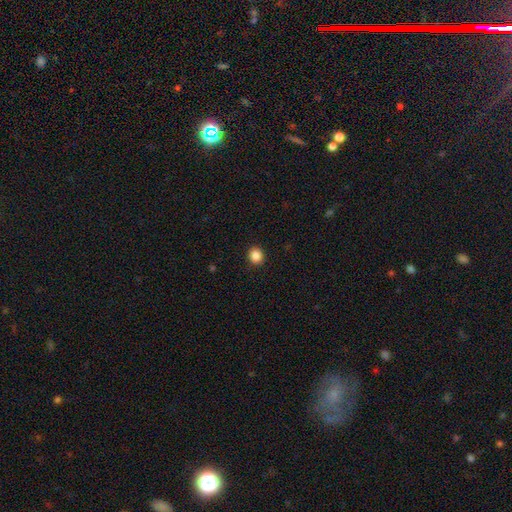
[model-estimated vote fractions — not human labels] Smooth or featured? smooth (87%)
How rounded? round (81%)
Merging? none (92%)